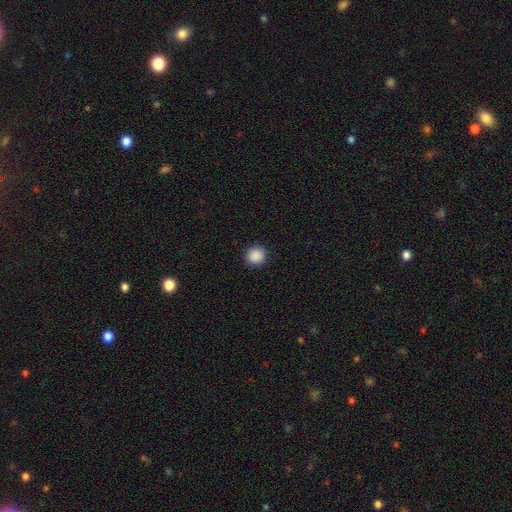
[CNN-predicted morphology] Smooth or featured: smooth — 89% (star or artifact — 9%)
How rounded: round — 93% (in between — 6%)
Merging: none — 92% (minor disturbance — 5%)